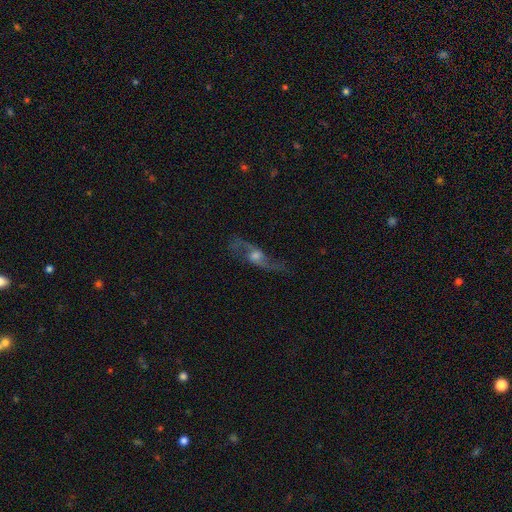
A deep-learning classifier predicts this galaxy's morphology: This appears to be a featured or disk galaxy (77%) with no bar (58%), 2 (91%) loose (76%) spiral arms (91%) and a moderate central bulge (52%). Merging: none (70%).